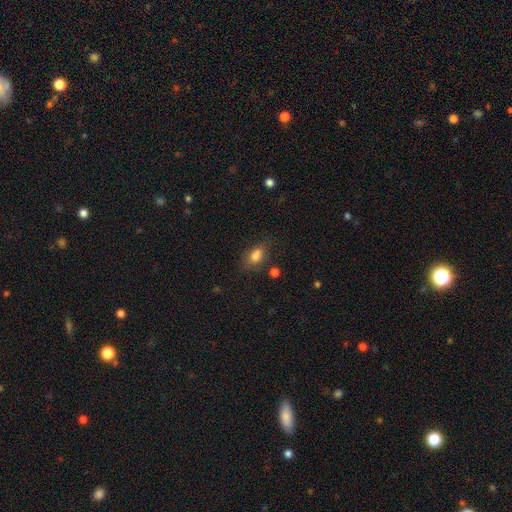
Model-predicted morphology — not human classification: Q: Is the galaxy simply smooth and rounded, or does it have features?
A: smooth — 78%.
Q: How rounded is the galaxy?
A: in between — 78%.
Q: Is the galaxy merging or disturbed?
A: none — 56%.